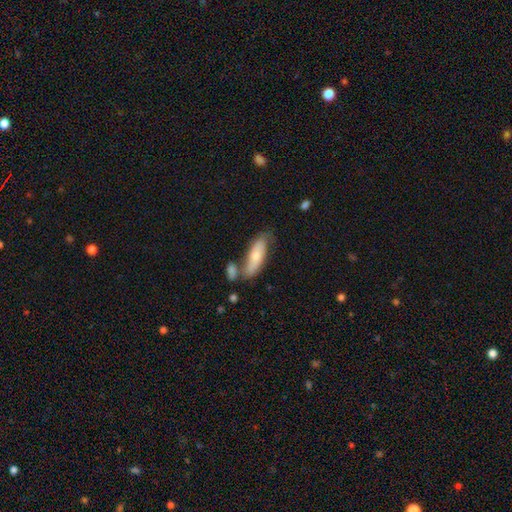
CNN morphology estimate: type=smooth (66%); roundness=in between (60%); merging=none (52%).